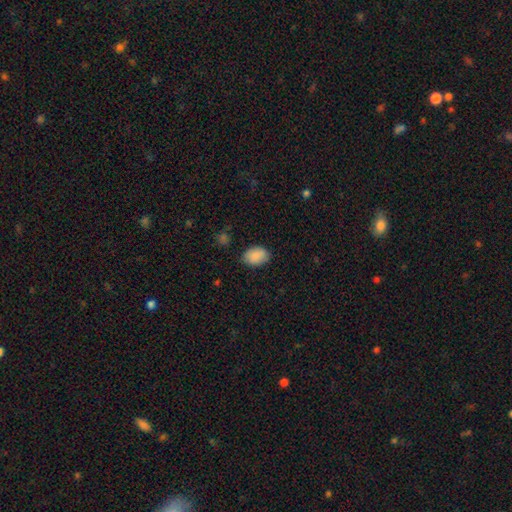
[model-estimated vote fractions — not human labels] Smooth or featured?
  - smooth: 89% *
  - star or artifact: 7%
  - featured or disk: 4%
How rounded?
  - in between: 86% *
  - round: 13%
  - cigar-shaped: 1%
Merging?
  - none: 81% *
  - minor disturbance: 15%
  - major disturbance: 3%
  - merger: 1%